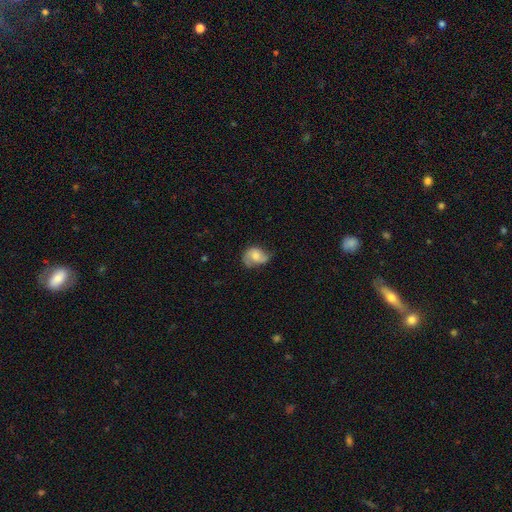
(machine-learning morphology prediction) smooth-or-featured: smooth: 48% | featured or disk: 44% | star or artifact: 8%
  merging: none: 45% | minor disturbance: 35% | major disturbance: 18% | merger: 2%